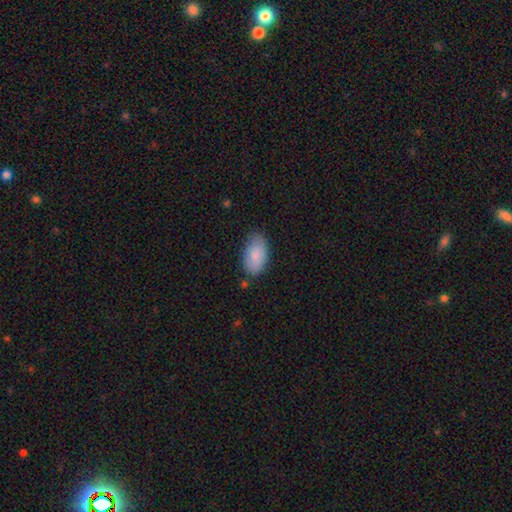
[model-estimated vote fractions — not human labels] The model was most divided on "merging": none: 73%, minor disturbance: 21%, major disturbance: 4%, merger: 2%. More confident: how rounded — in between (94%); smooth or featured — smooth (85%).